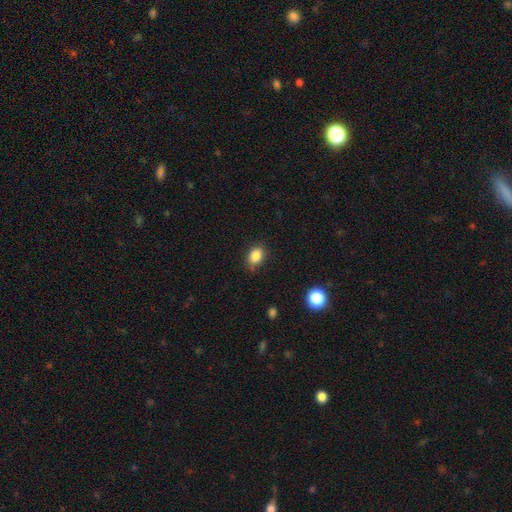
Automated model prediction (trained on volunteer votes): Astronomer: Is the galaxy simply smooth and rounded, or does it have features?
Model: smooth — 86%.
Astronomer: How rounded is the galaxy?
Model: in between — 71%.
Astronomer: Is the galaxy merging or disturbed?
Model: none — 78%.